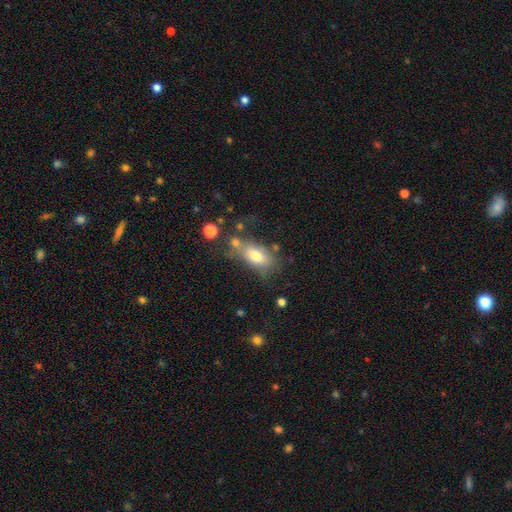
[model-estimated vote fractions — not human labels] This appears to be a smooth galaxy with no disk features (74%) that is in between round and cigar-shaped (84%). Merging: none (52%).